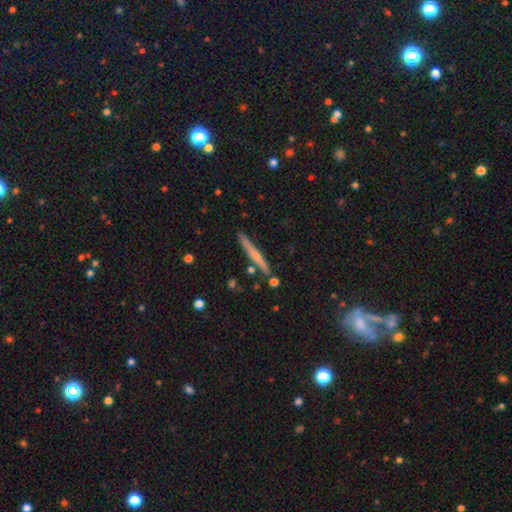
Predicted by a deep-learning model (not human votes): Smooth or featured: featured or disk — 53% (smooth — 41%)
Edge-on disk: yes — 97% (no — 3%)
Edge-on bulge: rounded — 52% (none — 42%)
Merging: none — 85% (minor disturbance — 9%)